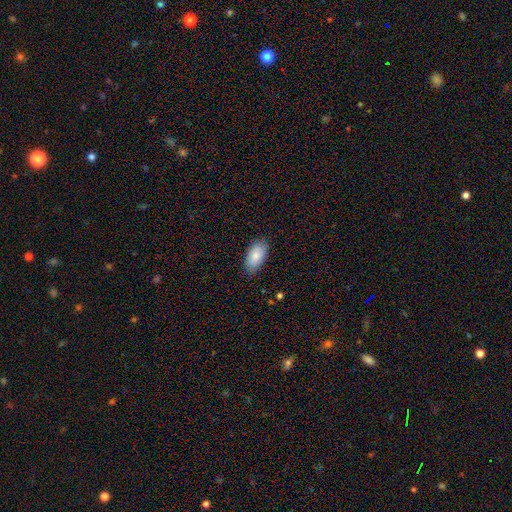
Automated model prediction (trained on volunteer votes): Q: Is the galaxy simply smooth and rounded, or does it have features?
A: smooth — 85%.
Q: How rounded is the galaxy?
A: in between — 95%.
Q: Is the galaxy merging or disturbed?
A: none — 81%.